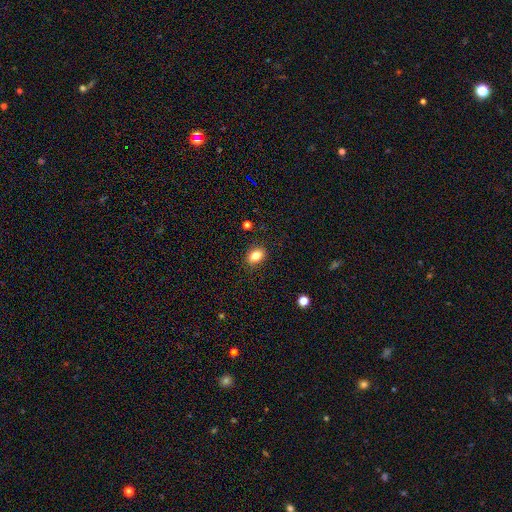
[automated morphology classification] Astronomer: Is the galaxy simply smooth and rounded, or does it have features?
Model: smooth — 83%.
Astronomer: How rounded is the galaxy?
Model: in between — 76%.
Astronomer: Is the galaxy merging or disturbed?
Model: none — 87%.